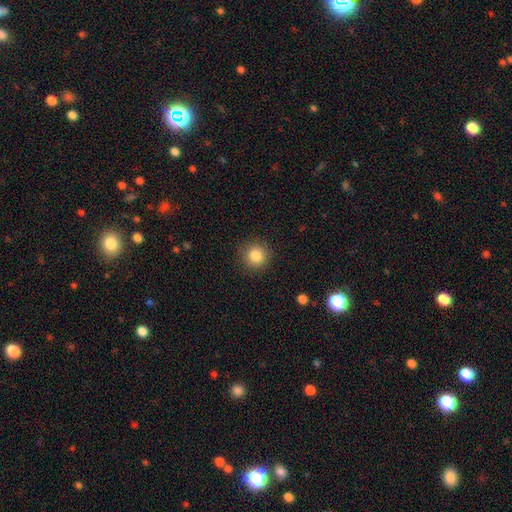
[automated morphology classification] smooth 85%, star or artifact 10%, featured or disk 5%. Down the decision tree: how rounded — round (93%); merging — none (89%).